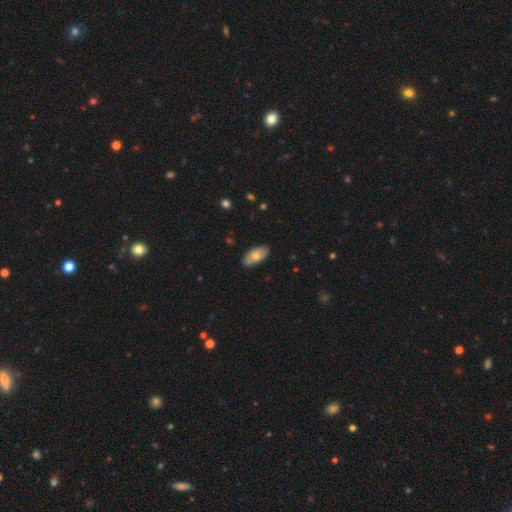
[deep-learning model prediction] A smooth galaxy with no disk features (62%) that is in between round and cigar-shaped (93%).

Vote fractions:
- Smooth or featured? smooth: 62% / featured or disk: 32% / star or artifact: 6%
- How rounded? in between: 93% / cigar-shaped: 4% / round: 3%
- Merging? none: 85% / minor disturbance: 12% / major disturbance: 2% / merger: 1%